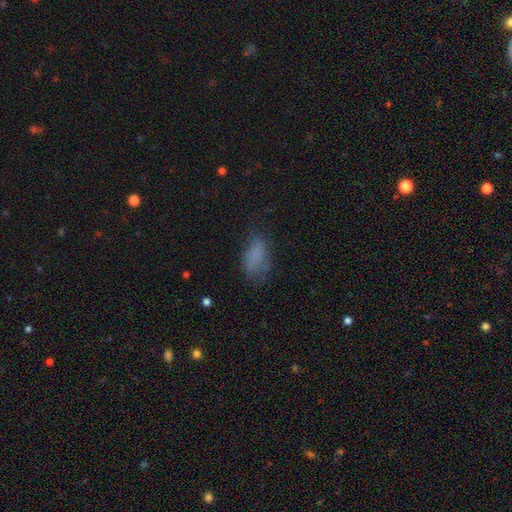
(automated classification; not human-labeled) A smooth galaxy with no disk features (74%) that is in between round and cigar-shaped (89%).

Vote fractions:
- Smooth or featured? smooth: 74% / featured or disk: 13% / star or artifact: 13%
- How rounded? in between: 89% / cigar-shaped: 6% / round: 5%
- Merging? none: 54% / minor disturbance: 26% / major disturbance: 18% / merger: 2%